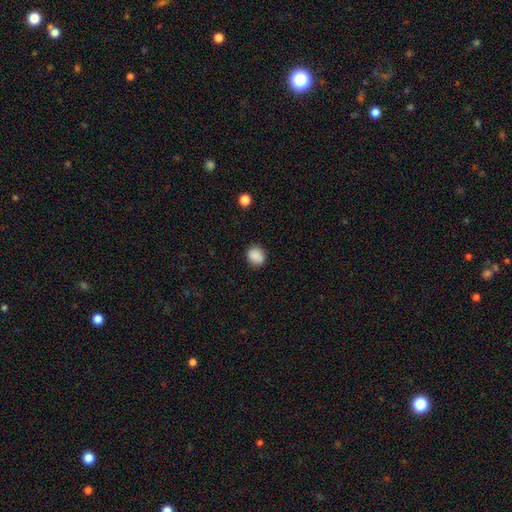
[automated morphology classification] type=smooth (88%); roundness=round (72%); merging=none (86%).